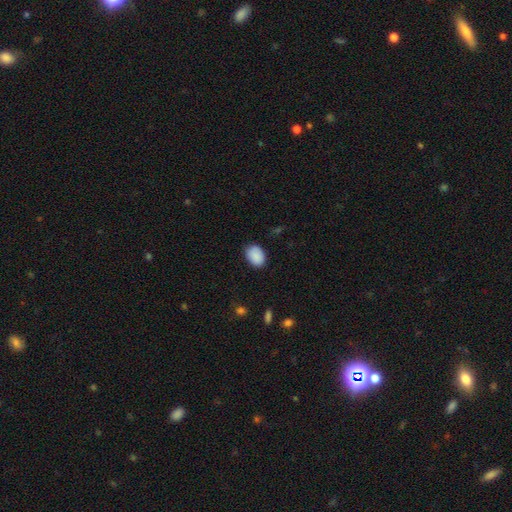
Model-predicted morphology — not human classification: A smooth galaxy with no disk features (90%) that is in between round and cigar-shaped (75%).

Vote fractions:
- Smooth or featured? smooth: 90% / star or artifact: 7% / featured or disk: 3%
- How rounded? in between: 75% / round: 24% / cigar-shaped: 1%
- Merging? none: 83% / minor disturbance: 13% / major disturbance: 3% / merger: 1%